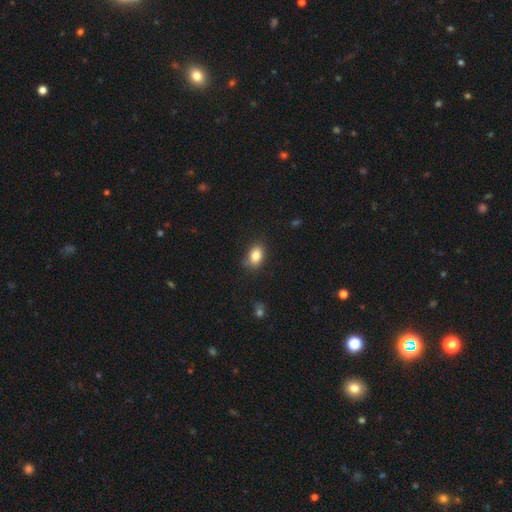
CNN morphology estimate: Smooth or featured? smooth (83%)
How rounded? in between (80%)
Merging? none (76%)